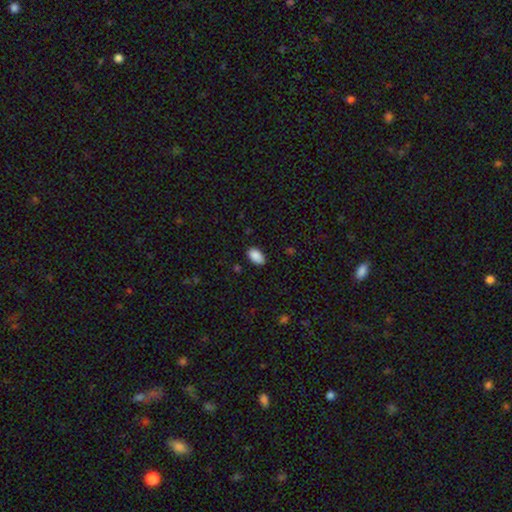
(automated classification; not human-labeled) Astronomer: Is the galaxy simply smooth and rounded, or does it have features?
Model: smooth — 89%.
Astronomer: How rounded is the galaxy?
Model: in between — 94%.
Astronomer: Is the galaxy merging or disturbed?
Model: none — 84%.